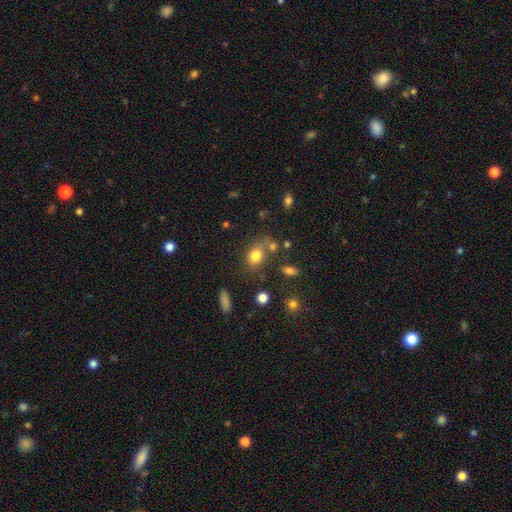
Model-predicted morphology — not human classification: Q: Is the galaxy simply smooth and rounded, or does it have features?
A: smooth — 79%.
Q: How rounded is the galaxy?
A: in between — 52%.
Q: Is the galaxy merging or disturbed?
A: none — 59%.